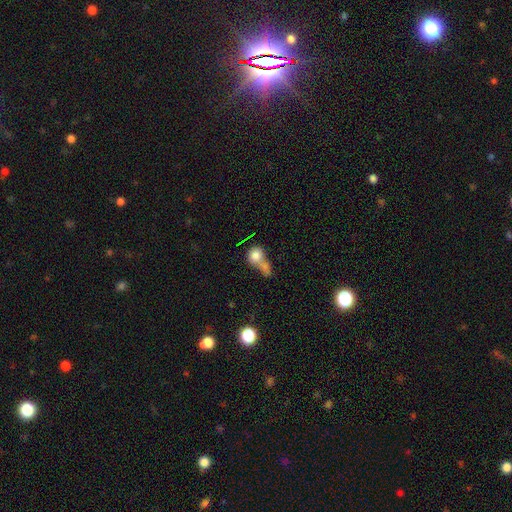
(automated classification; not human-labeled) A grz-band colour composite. It shows a smooth galaxy with no disk features (75%) that is round (72%). Merging: merger (61%).